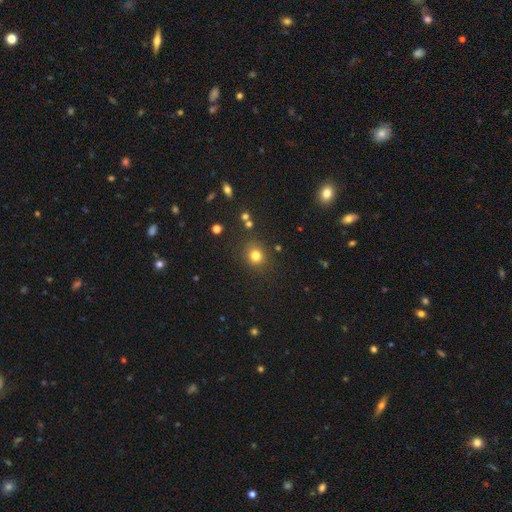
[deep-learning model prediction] This appears to be a smooth galaxy with no disk features (79%) that is round (79%). Merging: none (85%).